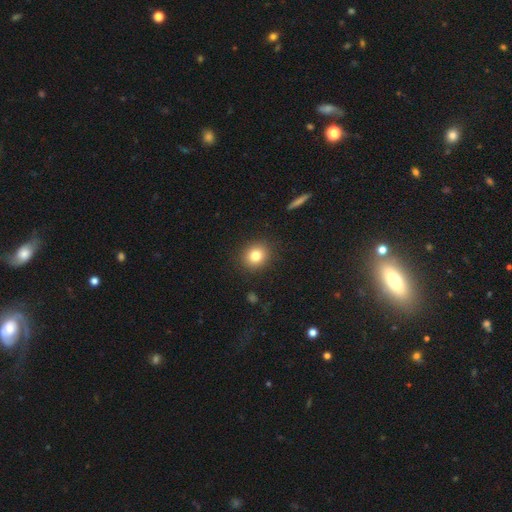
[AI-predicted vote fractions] This is clearly a smooth galaxy (81%). How rounded: likely round (80%). Merging: clearly none (89%).